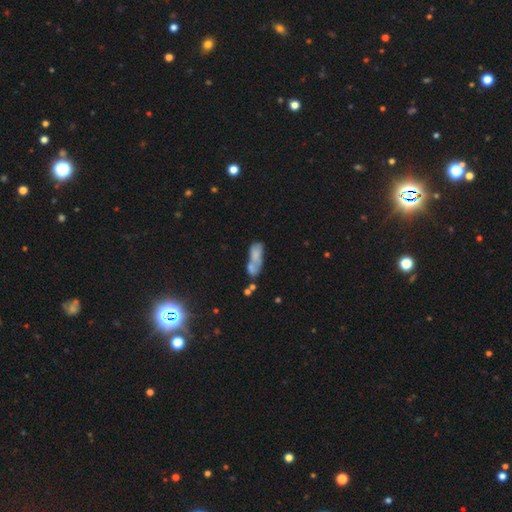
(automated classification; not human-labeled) Smooth or featured?
  - smooth: 65% *
  - featured or disk: 23%
  - star or artifact: 11%
How rounded?
  - in between: 72% *
  - cigar-shaped: 21%
  - round: 7%
Merging?
  - merger: 61% *
  - none: 19%
  - minor disturbance: 11%
  - major disturbance: 10%